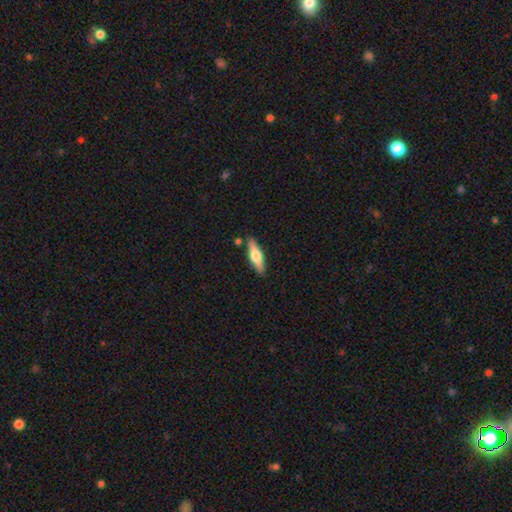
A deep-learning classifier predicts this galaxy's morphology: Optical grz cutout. It shows a featured or disk galaxy (50%). Merging: none (84%).